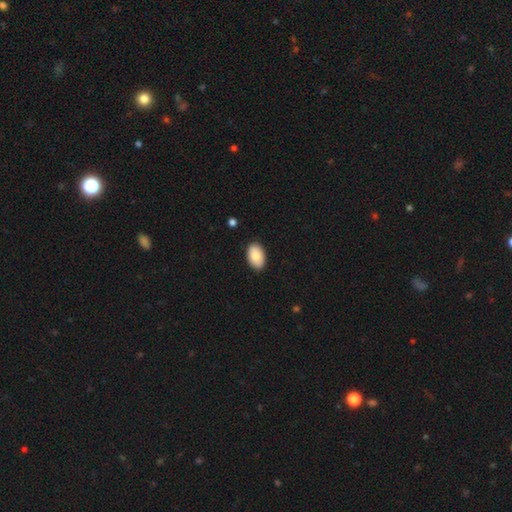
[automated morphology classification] smooth_or_featured: smooth (p=0.83) [alt: featured or disk p=0.10]
how_rounded: in between (p=0.93) [alt: round p=0.06]
merging: none (p=0.89) [alt: minor disturbance p=0.08]